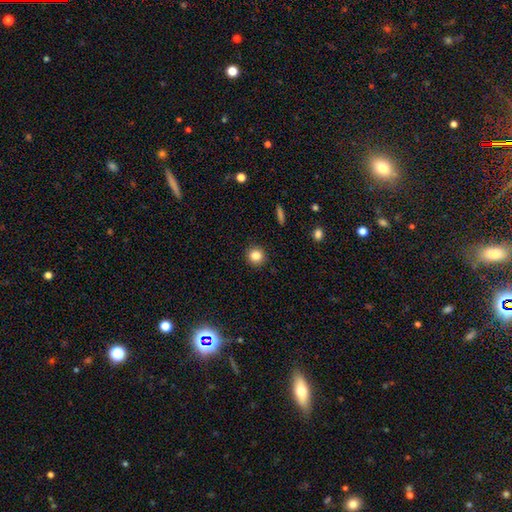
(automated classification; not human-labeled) Smooth or featured? smooth (83%)
How rounded? round (92%)
Merging? none (92%)